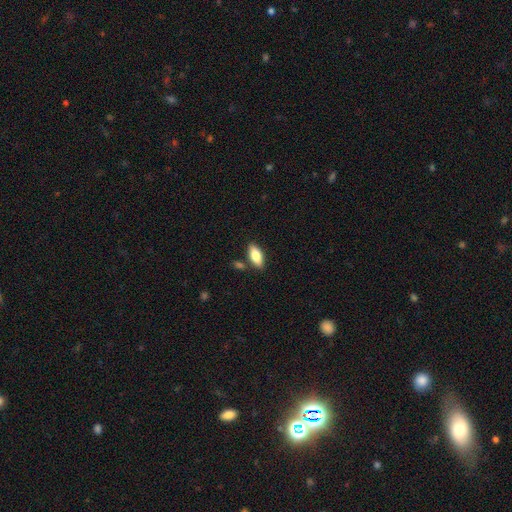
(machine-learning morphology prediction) The model was most divided on "smooth or featured": smooth: 81%, featured or disk: 13%, star or artifact: 6%. More confident: how rounded — in between (84%); merging — none (81%).